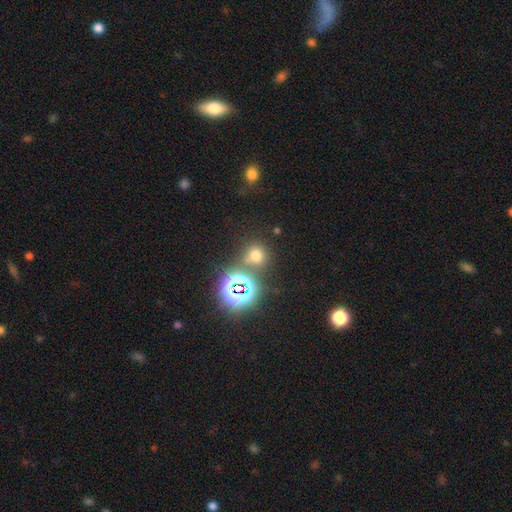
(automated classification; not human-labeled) Overall: smooth (58%; star or artifact 34%). How rounded: round (81%). Merging: none (65%).